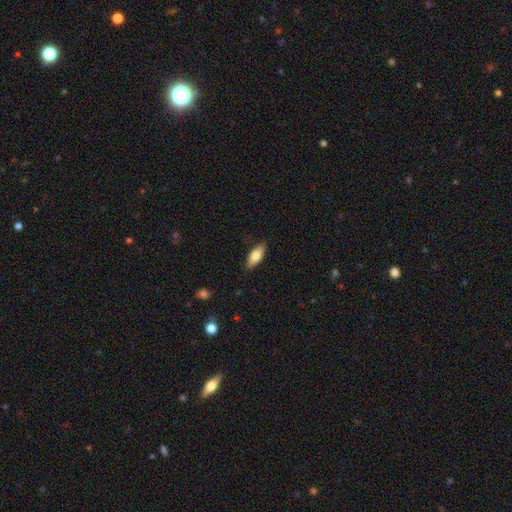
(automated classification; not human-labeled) Overall: smooth (74%). How rounded: in between (73%). Merging: none (86%).